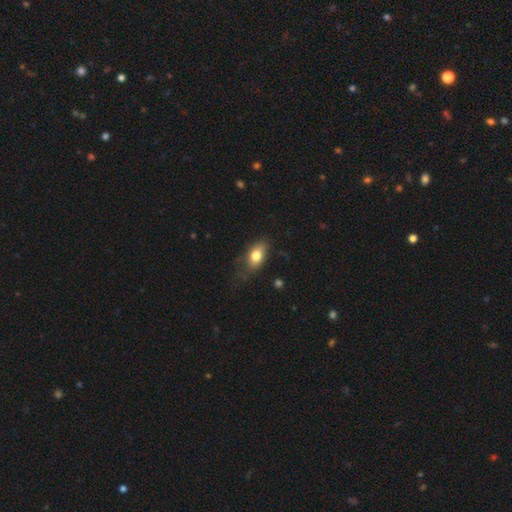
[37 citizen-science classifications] Smooth or featured: smooth — 86% (featured or disk — 11%)
How rounded: in between — 84% (round — 12%)
Merging: none — 56% (minor disturbance — 28%)